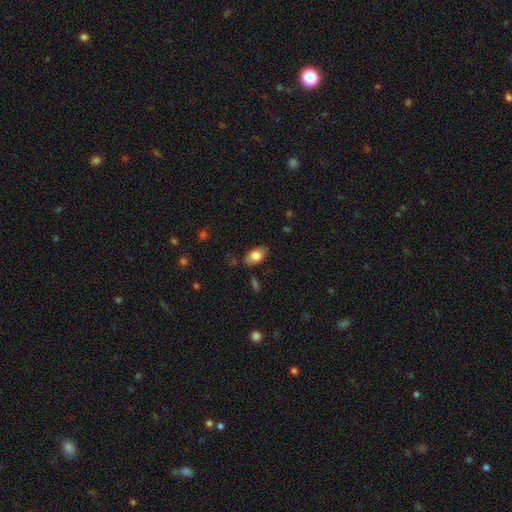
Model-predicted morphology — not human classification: The model was most divided on "smooth or featured": smooth: 79%, featured or disk: 14%, star or artifact: 7%. More confident: how rounded — in between (92%); merging — none (82%).